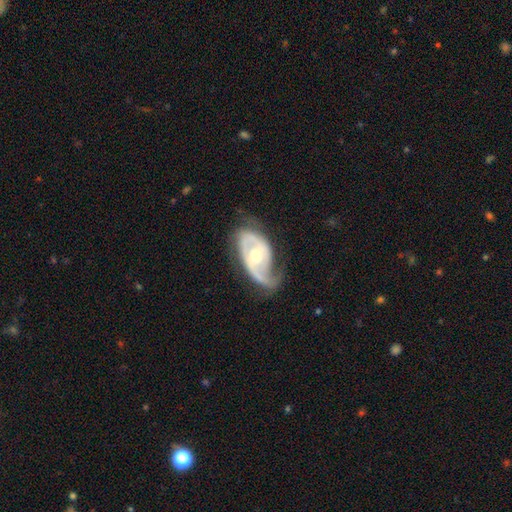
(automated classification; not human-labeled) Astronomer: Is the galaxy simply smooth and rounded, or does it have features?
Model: featured or disk — 85%.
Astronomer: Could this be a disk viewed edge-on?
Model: no — 95%.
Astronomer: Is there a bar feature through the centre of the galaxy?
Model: no — 52% (runner-up: weak, 37%).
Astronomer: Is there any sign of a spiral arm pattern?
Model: yes — 91%.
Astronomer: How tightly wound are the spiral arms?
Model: medium — 41% (runner-up: tight, 39%).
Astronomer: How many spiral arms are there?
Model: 2 — 57%.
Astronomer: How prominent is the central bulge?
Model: moderate — 67%.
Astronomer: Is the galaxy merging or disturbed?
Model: none — 51% (runner-up: minor disturbance, 27%).